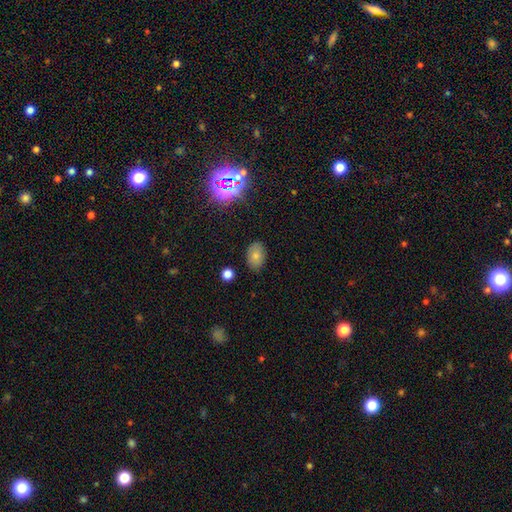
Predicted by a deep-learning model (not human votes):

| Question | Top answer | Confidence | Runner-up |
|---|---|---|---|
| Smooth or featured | smooth | 74% | star or artifact (14%) |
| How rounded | in between | 85% | round (14%) |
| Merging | none | 84% | minor disturbance (12%) |